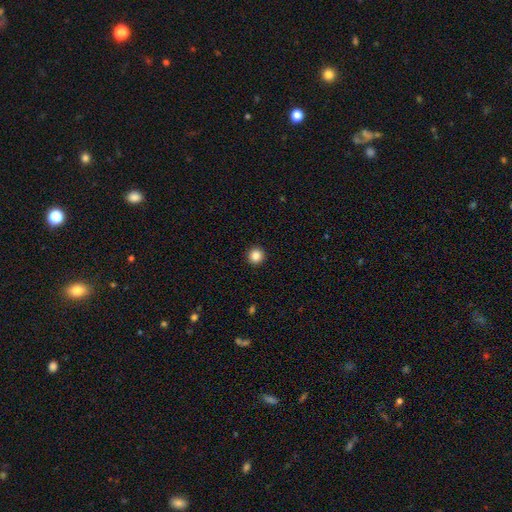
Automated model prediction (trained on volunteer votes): Smooth or featured? smooth (86%)
How rounded? round (96%)
Merging? none (93%)